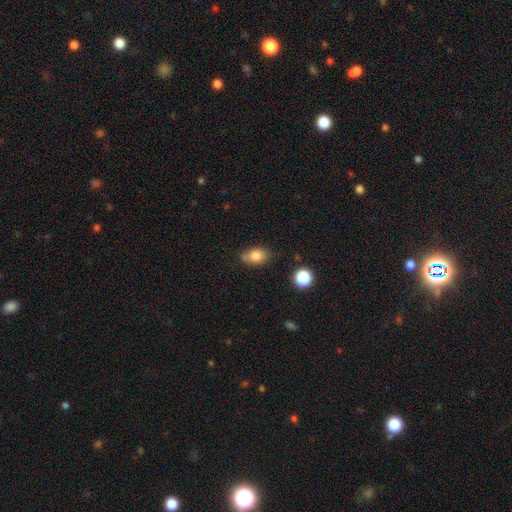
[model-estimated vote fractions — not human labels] smooth-or-featured: smooth: 83% | star or artifact: 10% | featured or disk: 7%
  how-rounded: in between: 73% | round: 25% | cigar-shaped: 2%
  merging: none: 62% | minor disturbance: 25% | merger: 8% | major disturbance: 5%